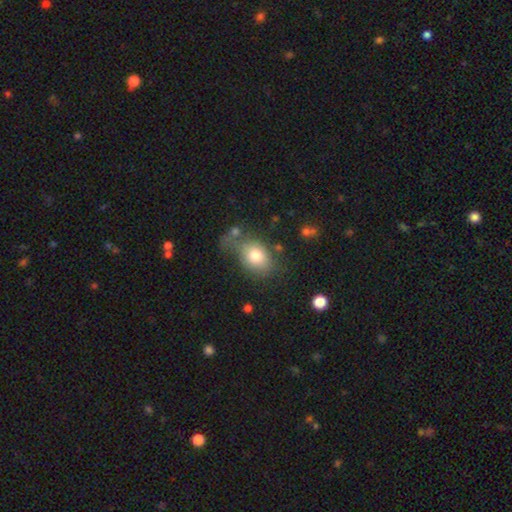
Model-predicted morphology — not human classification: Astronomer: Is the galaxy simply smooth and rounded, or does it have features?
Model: smooth — 77%.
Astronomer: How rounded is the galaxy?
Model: in between — 67%.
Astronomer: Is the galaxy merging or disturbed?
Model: none — 46% (runner-up: minor disturbance, 25%).